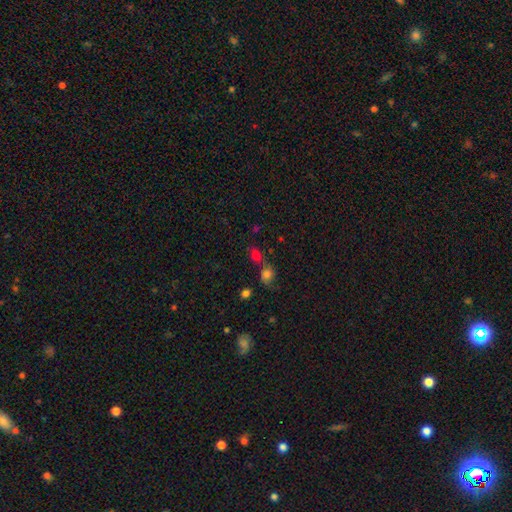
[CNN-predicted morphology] Overall: smooth (72%). How rounded: in between (60%; round 37%). Merging: none (42%, tied with merger).